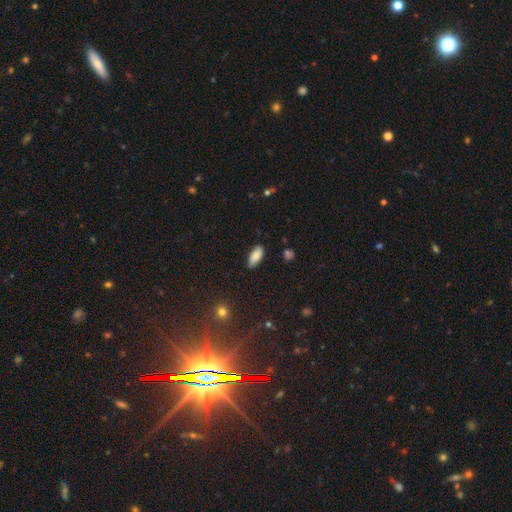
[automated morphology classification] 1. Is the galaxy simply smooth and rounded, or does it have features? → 86% smooth, 7% star or artifact, 7% featured or disk.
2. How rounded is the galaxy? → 85% in between, 13% cigar-shaped, 2% round.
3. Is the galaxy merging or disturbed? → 78% none, 18% minor disturbance, 3% major disturbance, 2% merger.